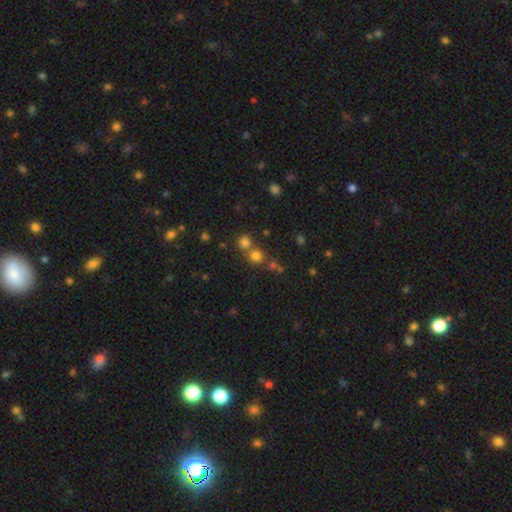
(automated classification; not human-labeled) The model was most divided on "merging": none: 59%, merger: 32%, minor disturbance: 6%, major disturbance: 3%. More confident: how rounded — round (89%); smooth or featured — smooth (71%).